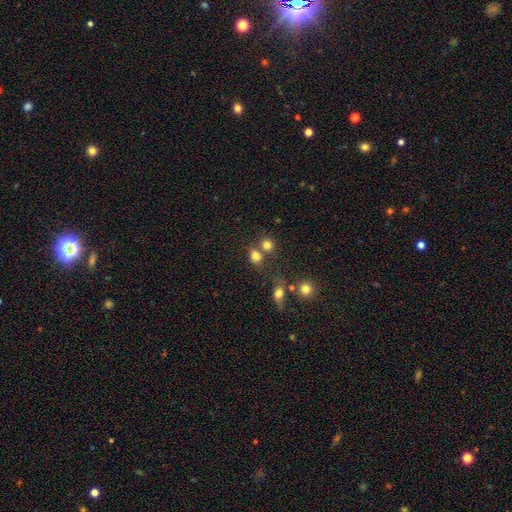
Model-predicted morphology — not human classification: type=smooth (77%); roundness=round (58%); merging=none (49%).